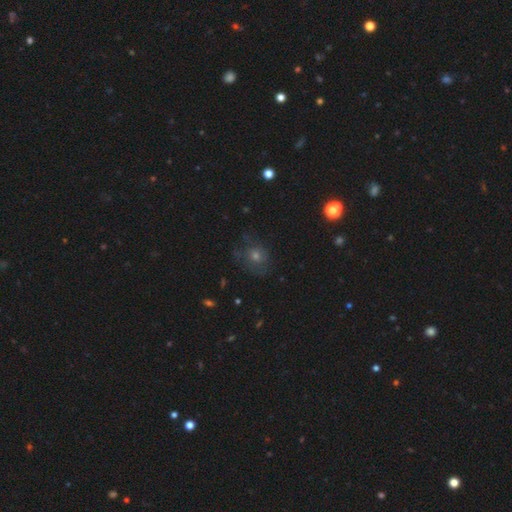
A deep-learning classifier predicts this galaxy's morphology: type=smooth (42%); merging=none (70%).